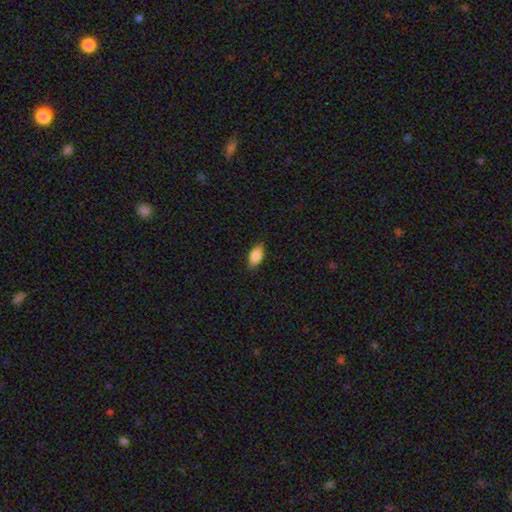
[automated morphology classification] Overall: smooth (75%). How rounded: in between (80%). Merging: none (86%).